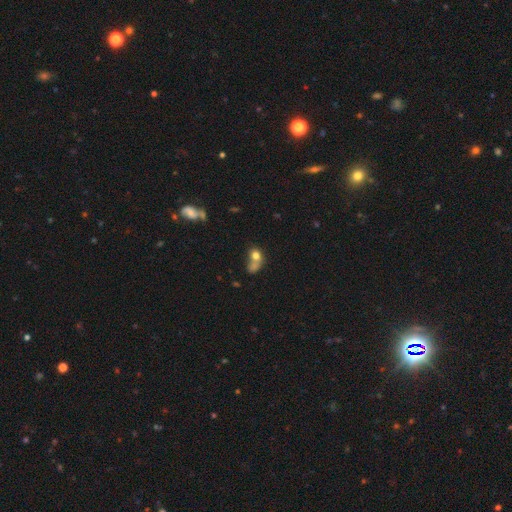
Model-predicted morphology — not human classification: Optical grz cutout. It shows a smooth galaxy with no disk features (71%) that is round (61%). Merging: merger (57%).